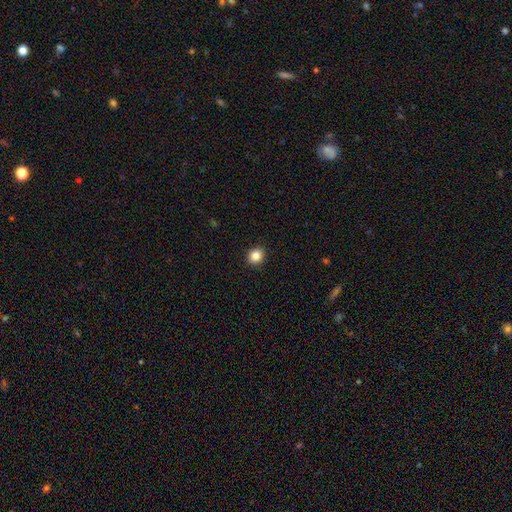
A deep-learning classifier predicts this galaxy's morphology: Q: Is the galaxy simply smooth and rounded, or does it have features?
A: smooth — 85%.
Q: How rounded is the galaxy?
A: round — 78%.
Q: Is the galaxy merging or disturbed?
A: none — 92%.